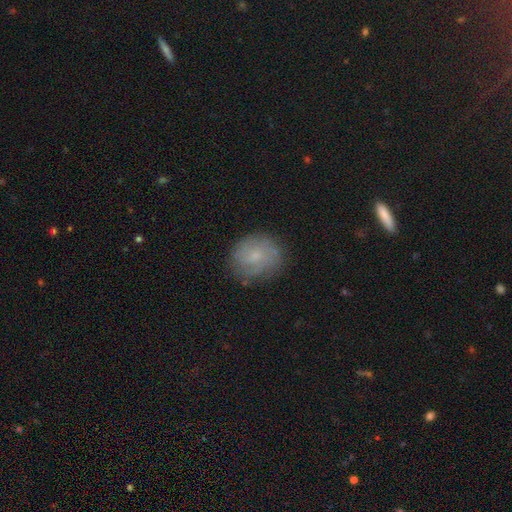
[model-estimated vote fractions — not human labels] This is possibly a smooth galaxy (56%). How rounded: likely round (73%). Merging: likely none (76%).